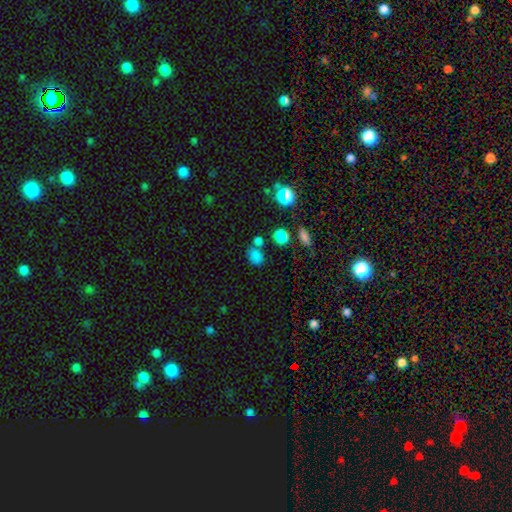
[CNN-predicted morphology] This appears to be a smooth galaxy with no disk features (73%) that is in between round and cigar-shaped (55%). Merging: none (60%).